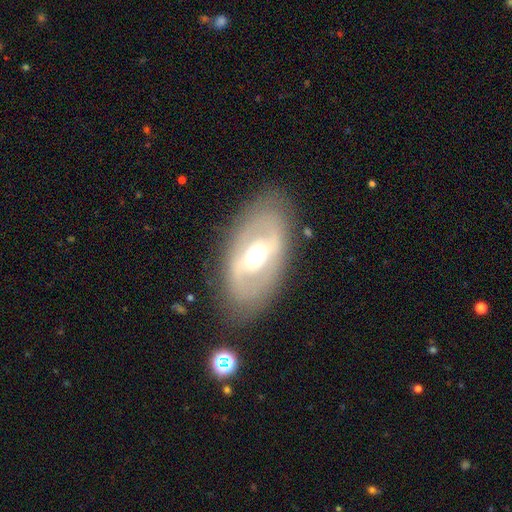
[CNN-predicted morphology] Smooth or featured: featured or disk — 69% (smooth — 25%)
Edge-on disk: no — 90% (yes — 10%)
Bar: weak — 39% (strong — 32%)
Spiral arms: yes — 52% (no — 48%)
Bulge size: moderate — 61% (large — 26%)
Merging: none — 78% (minor disturbance — 13%)